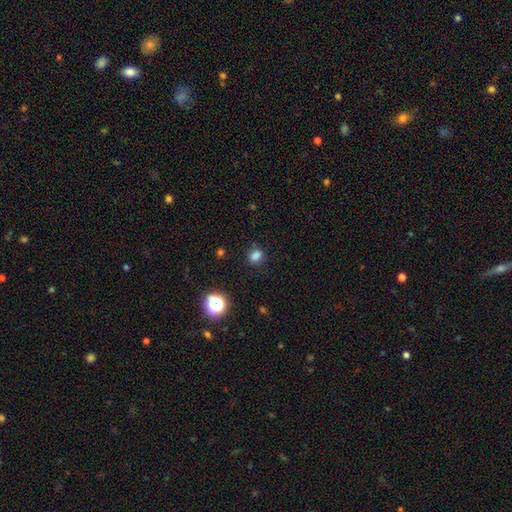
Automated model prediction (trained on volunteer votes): This appears to be a smooth galaxy with no disk features (76%) that is in between round and cigar-shaped (51%). Merging: none (76%).